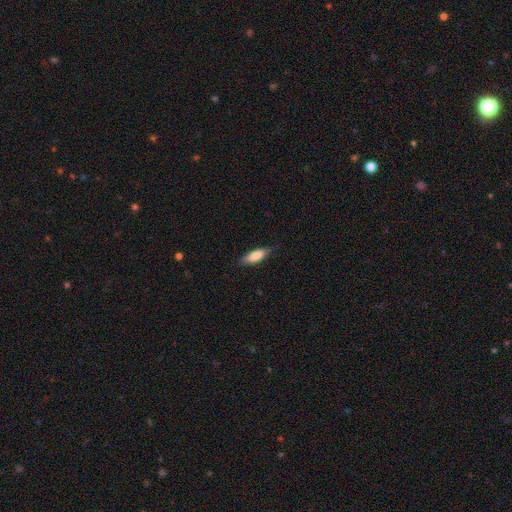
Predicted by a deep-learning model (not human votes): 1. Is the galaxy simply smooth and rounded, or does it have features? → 79% smooth, 15% featured or disk, 6% star or artifact.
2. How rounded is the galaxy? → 59% in between, 39% cigar-shaped, 2% round.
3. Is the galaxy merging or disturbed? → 79% none, 17% minor disturbance, 3% major disturbance, 1% merger.